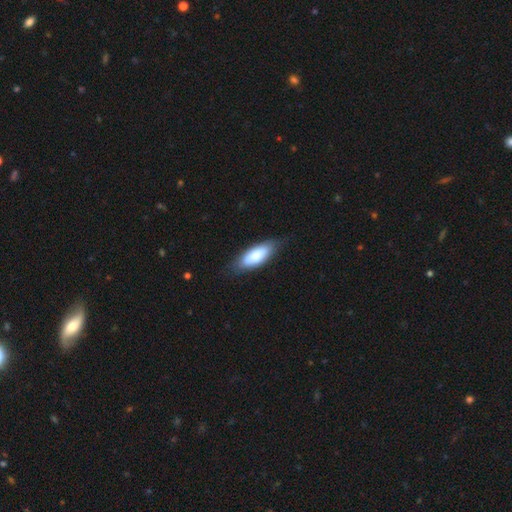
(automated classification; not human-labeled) Smooth or featured? Predicted: smooth (p=0.81). How rounded? Predicted: in between (p=0.75). Merging? Predicted: none (p=0.77).